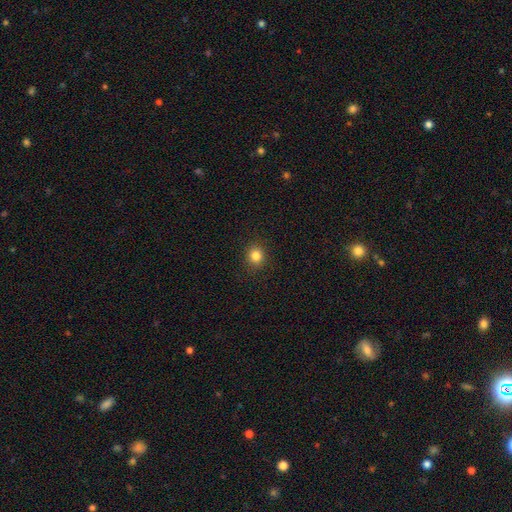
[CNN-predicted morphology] A smooth galaxy with no disk features (83%) that is round (83%). Merging: none (90%).